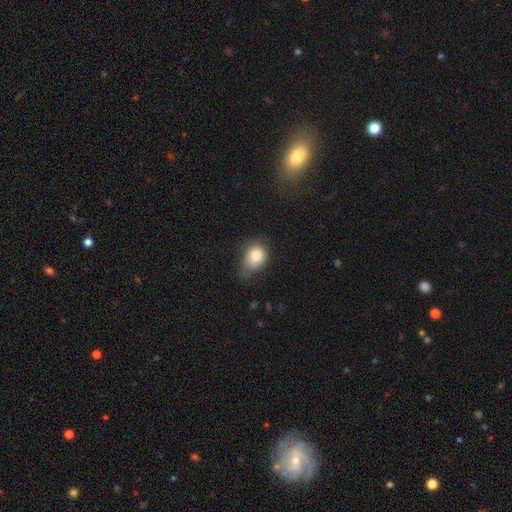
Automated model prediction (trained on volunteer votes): A smooth galaxy with no disk features (81%) that is in between round and cigar-shaped (55%).

Vote fractions:
- Smooth or featured? smooth: 81% / star or artifact: 9% / featured or disk: 9%
- How rounded? in between: 55% / round: 44% / cigar-shaped: 1%
- Merging? none: 42% / minor disturbance: 41% / major disturbance: 15% / merger: 3%